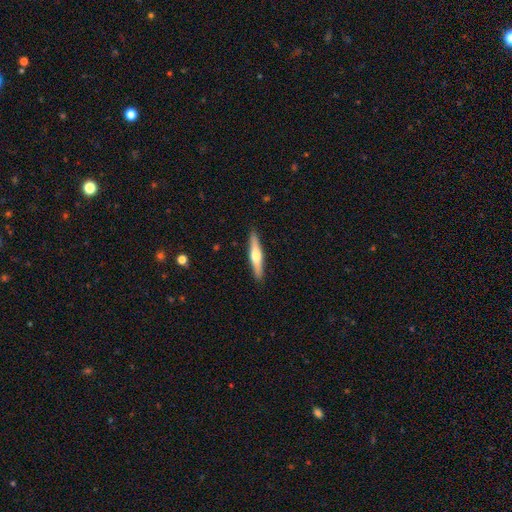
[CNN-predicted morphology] Q: Smooth or featured?
A: featured or disk (53%); runner-up: smooth (42%)
Q: Edge-on disk?
A: yes (96%); runner-up: no (4%)
Q: Edge-on bulge?
A: rounded (88%); runner-up: boxy (6%)
Q: Merging?
A: none (91%); runner-up: minor disturbance (7%)